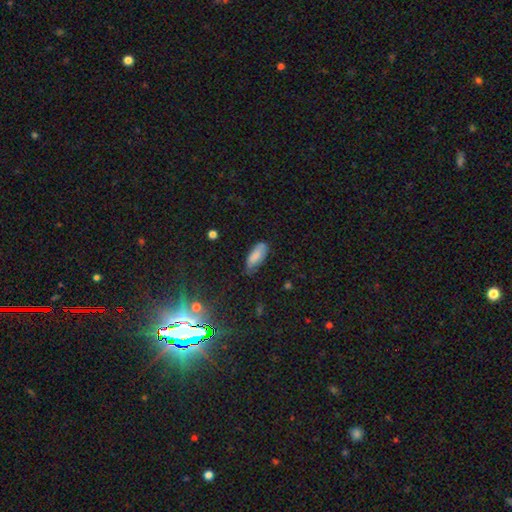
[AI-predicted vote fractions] A smooth galaxy with no disk features (82%) that is in between round and cigar-shaped (78%). Merging: none (69%).